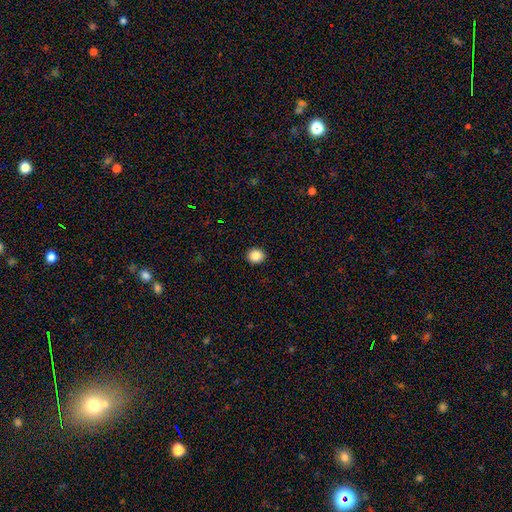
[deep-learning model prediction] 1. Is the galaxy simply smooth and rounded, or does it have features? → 85% smooth, 10% star or artifact, 5% featured or disk.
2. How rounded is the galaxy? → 82% round, 17% in between, 1% cigar-shaped.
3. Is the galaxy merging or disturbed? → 92% none, 5% minor disturbance, 2% major disturbance, 1% merger.